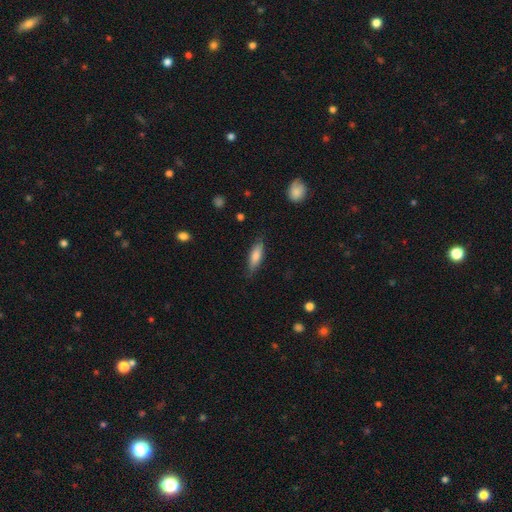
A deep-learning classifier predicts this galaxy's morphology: Smooth or featured? Predicted: smooth (p=0.78). How rounded? Predicted: in between (p=0.49, tied with cigar-shaped). Merging? Predicted: none (p=0.78).